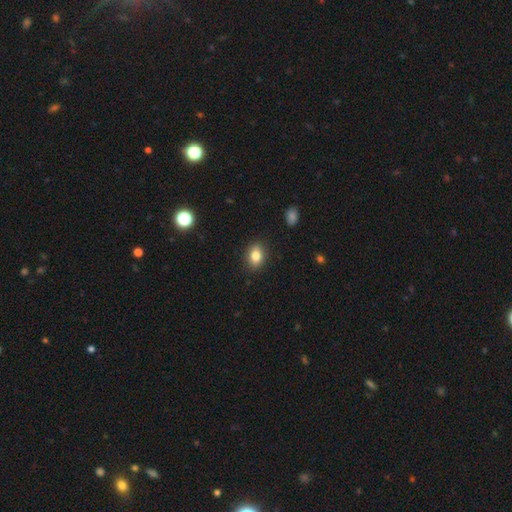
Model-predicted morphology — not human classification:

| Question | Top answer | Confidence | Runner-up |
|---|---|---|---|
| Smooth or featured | smooth | 82% | star or artifact (9%) |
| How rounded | in between | 74% | round (25%) |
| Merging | none | 87% | minor disturbance (9%) |